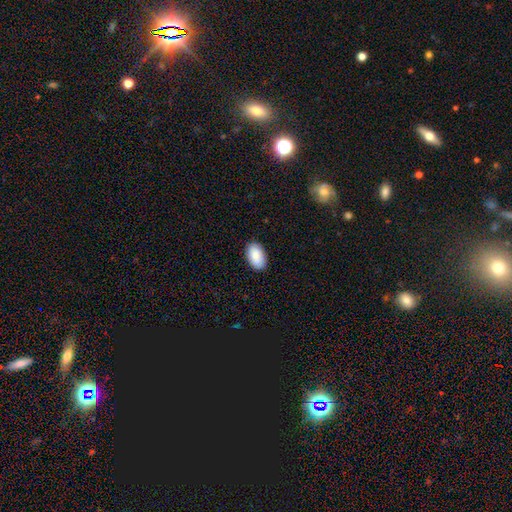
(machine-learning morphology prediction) Smooth or featured?
  - smooth: 88% *
  - featured or disk: 6%
  - star or artifact: 6%
How rounded?
  - in between: 94% *
  - round: 4%
  - cigar-shaped: 1%
Merging?
  - none: 88% *
  - minor disturbance: 9%
  - major disturbance: 2%
  - merger: 1%